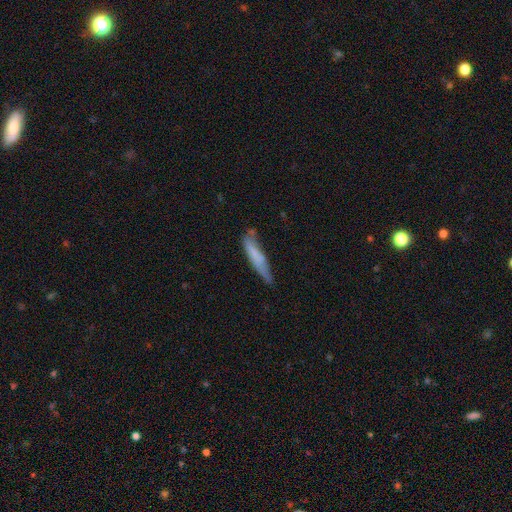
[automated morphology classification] Smooth or featured?
  - smooth: 63% *
  - featured or disk: 29%
  - star or artifact: 7%
How rounded?
  - cigar-shaped: 87% *
  - in between: 12%
  - round: 1%
Merging?
  - none: 52% *
  - minor disturbance: 32%
  - major disturbance: 11%
  - merger: 4%